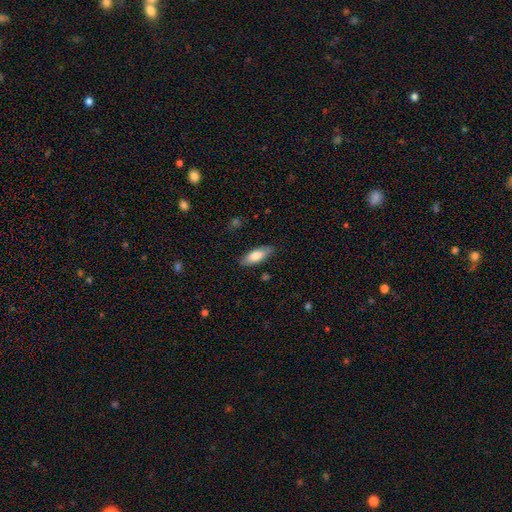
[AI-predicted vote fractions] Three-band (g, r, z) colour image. It shows a smooth galaxy with no disk features (76%) that is in between round and cigar-shaped (73%). Merging: none (86%).